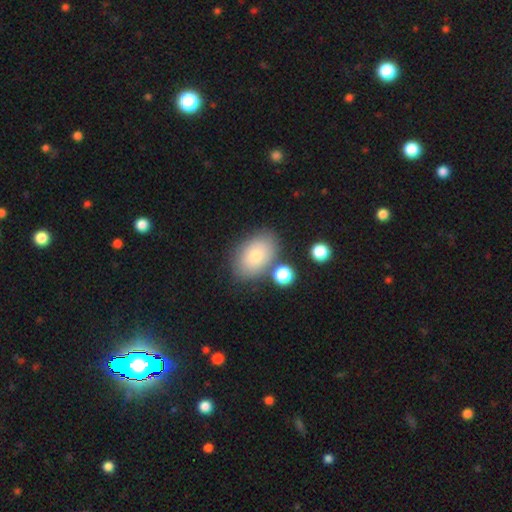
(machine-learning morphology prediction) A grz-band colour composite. It shows a smooth galaxy with no disk features (74%) that is in between round and cigar-shaped (84%). Merging: none (70%).